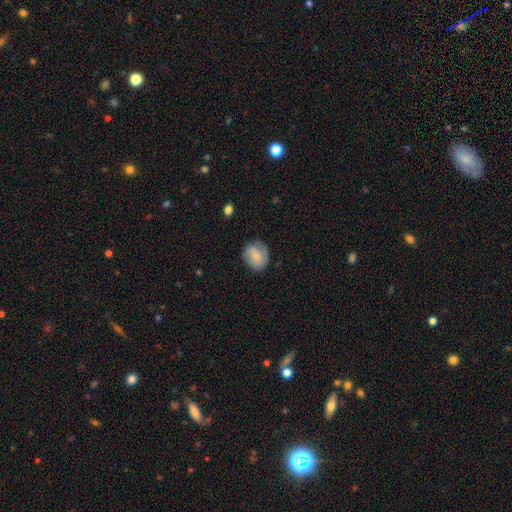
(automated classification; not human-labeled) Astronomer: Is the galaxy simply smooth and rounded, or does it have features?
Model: smooth — 61%.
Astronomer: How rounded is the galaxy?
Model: round — 64%.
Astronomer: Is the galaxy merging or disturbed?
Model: none — 69%.